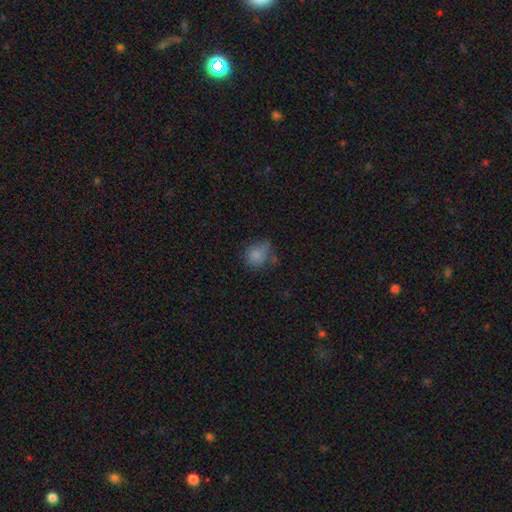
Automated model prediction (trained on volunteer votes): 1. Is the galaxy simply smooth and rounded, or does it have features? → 80% smooth, 13% star or artifact, 7% featured or disk.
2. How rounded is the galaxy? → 62% round, 37% in between, 1% cigar-shaped.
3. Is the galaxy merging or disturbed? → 60% none, 26% minor disturbance, 8% major disturbance, 6% merger.